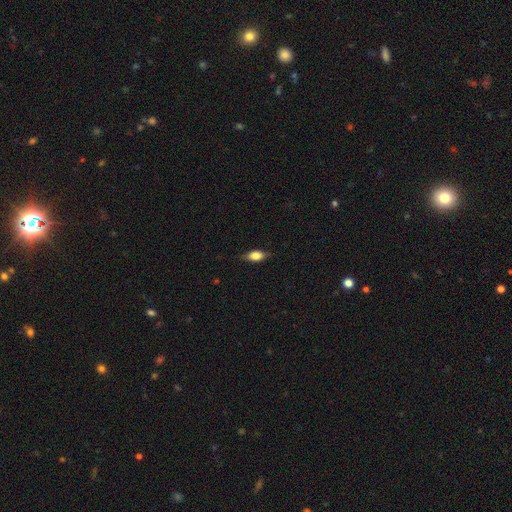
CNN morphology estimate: The model was most divided on "smooth or featured": smooth: 70%, featured or disk: 23%, star or artifact: 8%. More confident: merging — none (79%); how rounded — in between (79%).